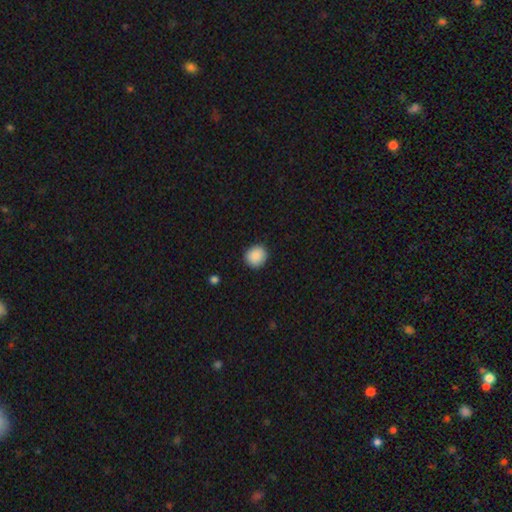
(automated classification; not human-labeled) Q: Smooth or featured?
A: smooth (89%); runner-up: star or artifact (8%)
Q: How rounded?
A: round (84%); runner-up: in between (15%)
Q: Merging?
A: none (89%); runner-up: minor disturbance (8%)